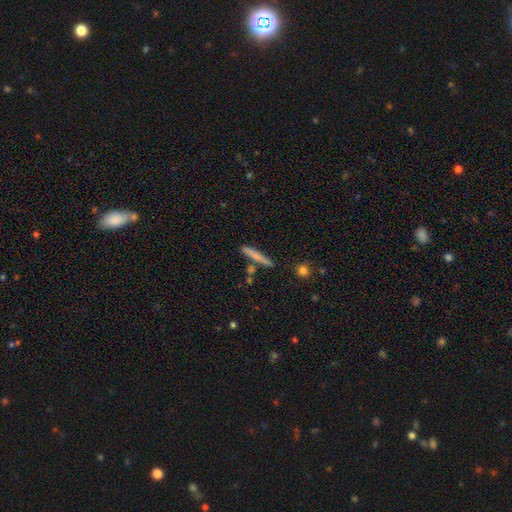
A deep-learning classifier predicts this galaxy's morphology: A smooth galaxy with no disk features (68%) that is cigar-shaped (94%). Merging: none (81%).